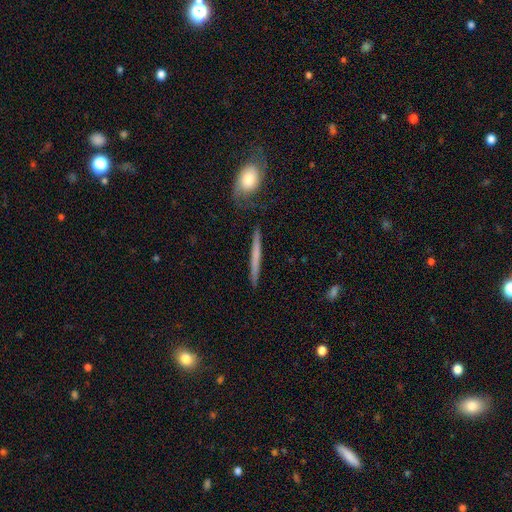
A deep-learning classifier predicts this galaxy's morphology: This is possibly a featured or disk galaxy (48%). Merging: clearly none (85%).